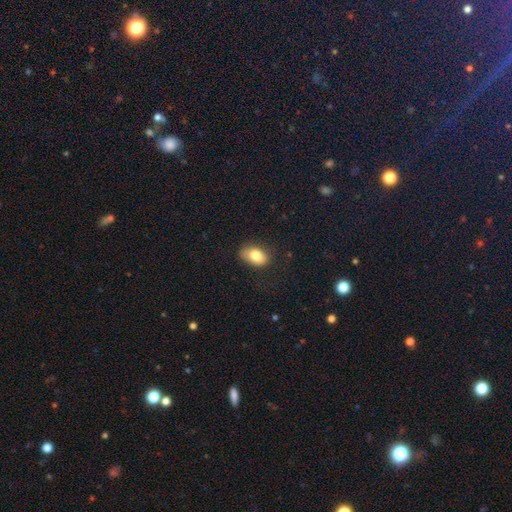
This appears to be a smooth galaxy with no disk features (92%) that is in between round and cigar-shaped (94%). Merging: none (84%).